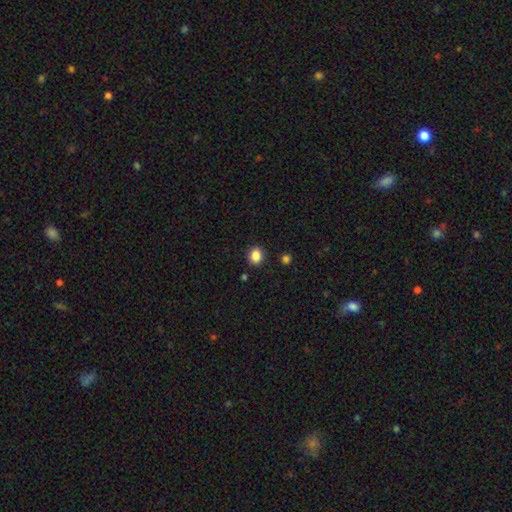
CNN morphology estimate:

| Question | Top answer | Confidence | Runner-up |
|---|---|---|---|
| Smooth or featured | smooth | 86% | star or artifact (10%) |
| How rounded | round | 57% | in between (42%) |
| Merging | none | 88% | minor disturbance (7%) |